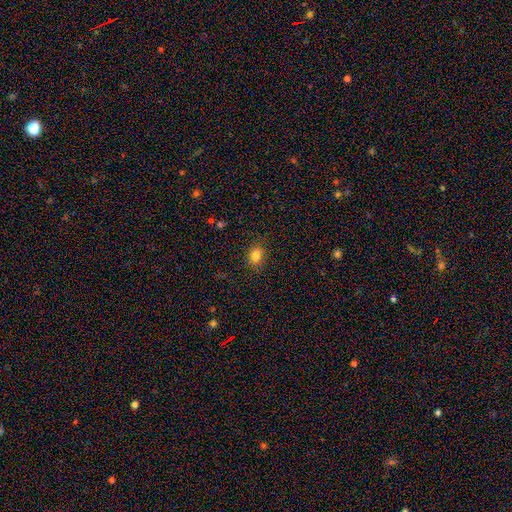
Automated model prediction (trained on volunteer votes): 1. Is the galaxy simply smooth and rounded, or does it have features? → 82% smooth, 12% star or artifact, 6% featured or disk.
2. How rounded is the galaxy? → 51% in between, 48% round, 1% cigar-shaped.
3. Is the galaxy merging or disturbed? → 85% none, 11% minor disturbance, 3% major disturbance, 1% merger.